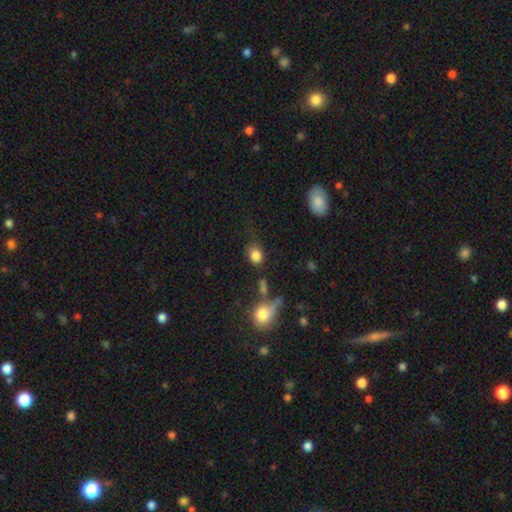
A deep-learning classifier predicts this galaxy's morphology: Smooth or featured: smooth — 84% (star or artifact — 10%)
How rounded: in between — 51% (round — 47%)
Merging: none — 65% (minor disturbance — 20%)